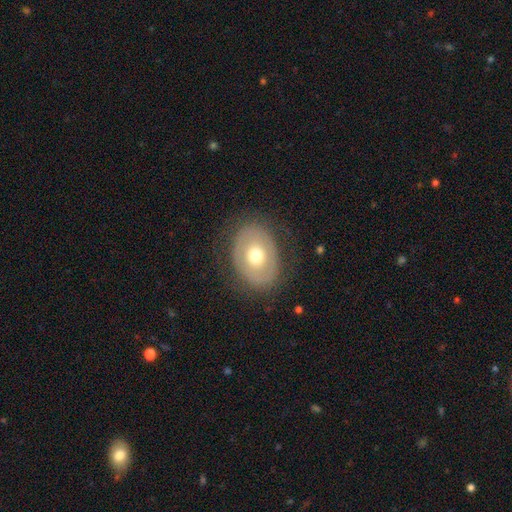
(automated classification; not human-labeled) Morphology: type=smooth (48%); merging=none (81%).